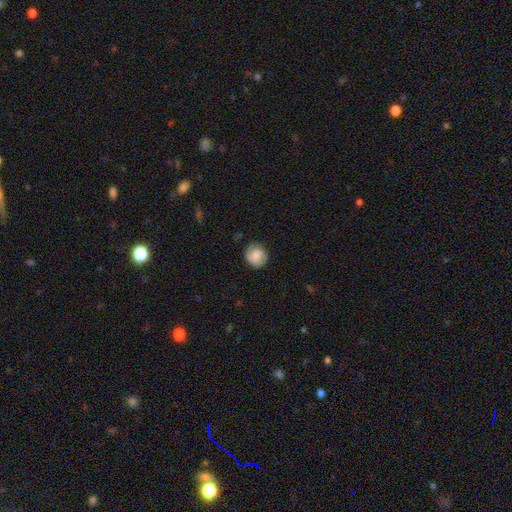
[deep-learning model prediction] A smooth galaxy with no disk features (78%) that is round (81%). Merging: none (71%).